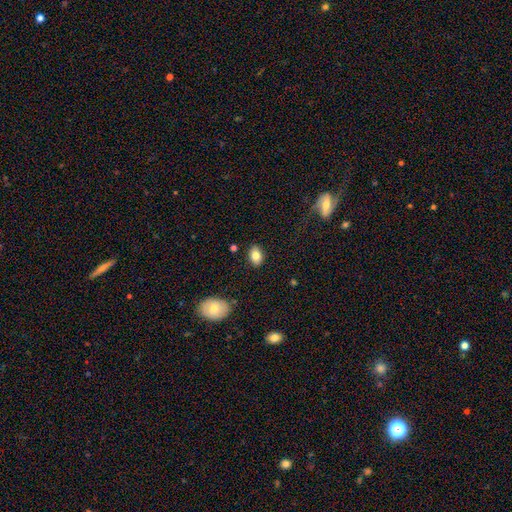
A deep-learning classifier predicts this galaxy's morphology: A smooth galaxy with no disk features (82%) that is in between round and cigar-shaped (85%). Merging: none (86%).